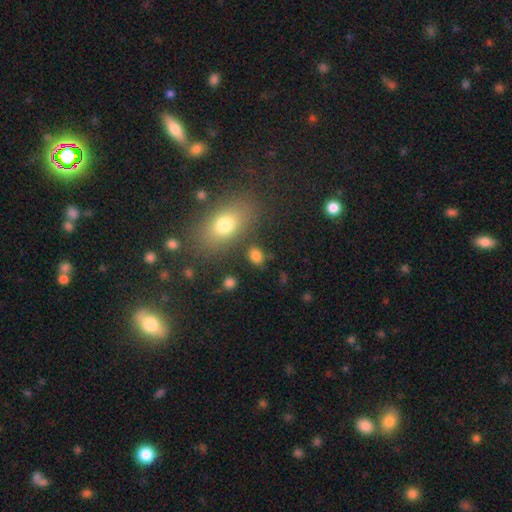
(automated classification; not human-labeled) This appears to be a smooth galaxy with no disk features (81%) that is in between round and cigar-shaped (69%). Merging: none (79%).